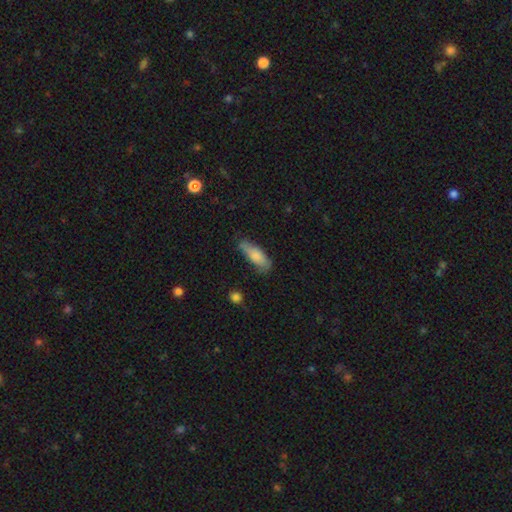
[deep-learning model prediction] Overall: smooth (78%). How rounded: in between (62%; cigar-shaped 35%). Merging: none (62%; minor disturbance 29%).